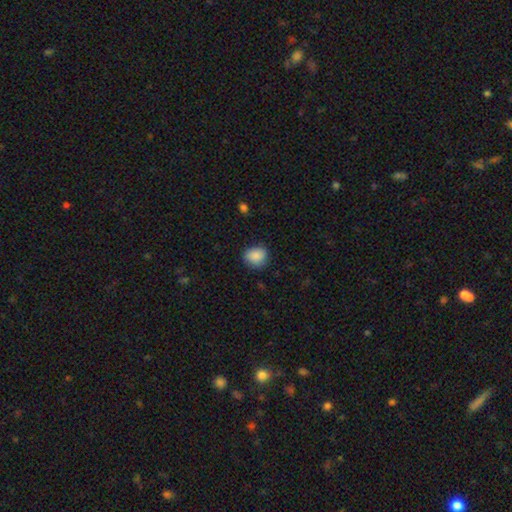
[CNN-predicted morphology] type=smooth (88%); roundness=round (60%); merging=none (80%).